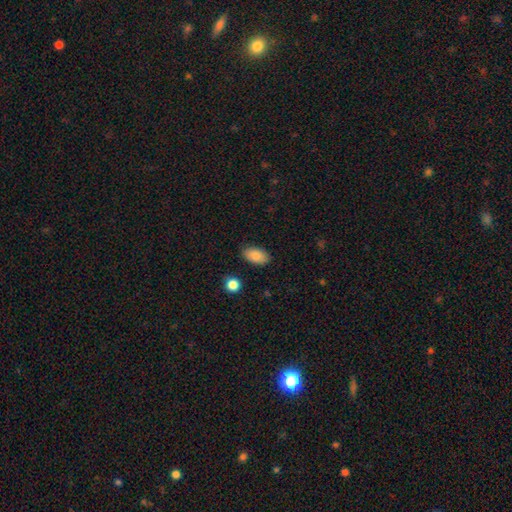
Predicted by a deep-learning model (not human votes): A smooth galaxy with no disk features (85%) that is in between round and cigar-shaped (93%).

Vote fractions:
- Smooth or featured? smooth: 85% / star or artifact: 7% / featured or disk: 7%
- How rounded? in between: 93% / round: 4% / cigar-shaped: 2%
- Merging? none: 87% / minor disturbance: 10% / major disturbance: 2% / merger: 1%